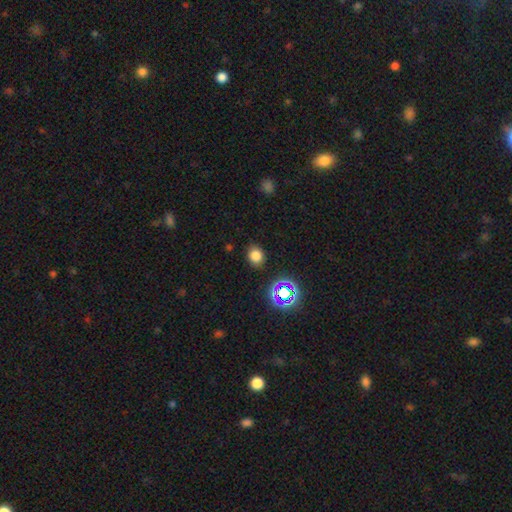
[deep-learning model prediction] smooth-or-featured: smooth: 75% | star or artifact: 19% | featured or disk: 6%
  how-rounded: round: 64% | in between: 35% | cigar-shaped: 1%
  merging: none: 86% | minor disturbance: 10% | major disturbance: 3% | merger: 2%